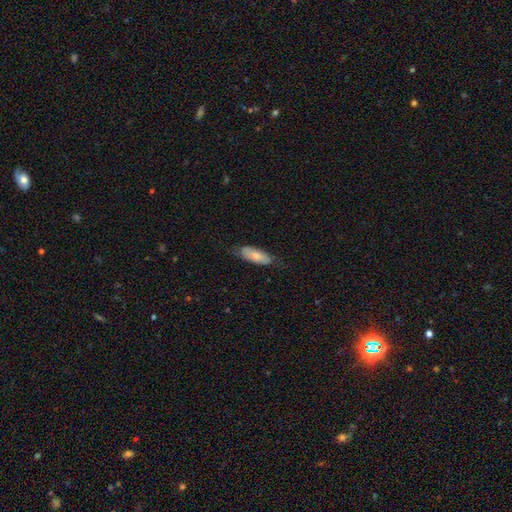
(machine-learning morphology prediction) This appears to be a smooth galaxy with no disk features (73%) that is in between round and cigar-shaped (72%). Merging: none (69%).